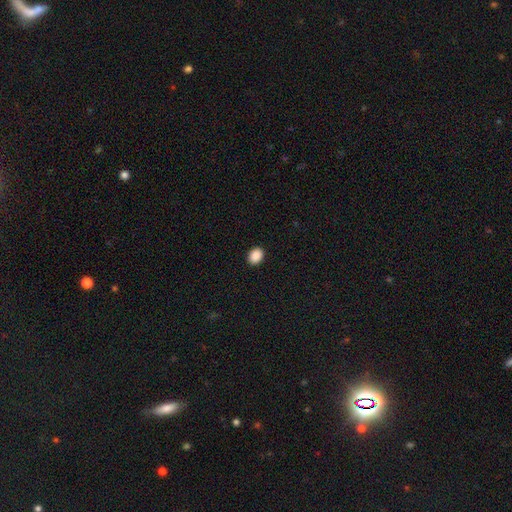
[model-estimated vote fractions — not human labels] Overall: smooth (90%). How rounded: in between (61%; round 38%). Merging: none (91%).